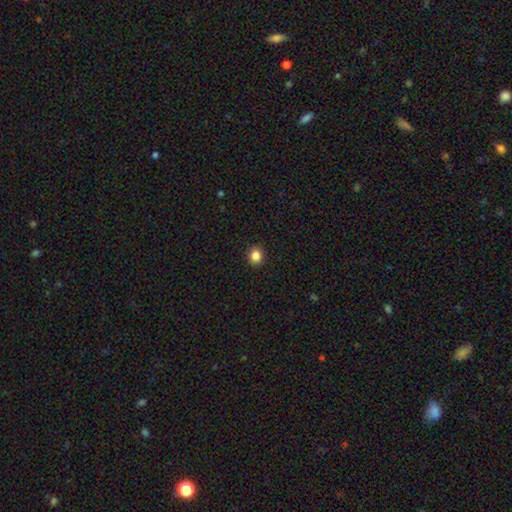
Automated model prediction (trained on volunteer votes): The model was most divided on "how rounded": round: 79%, in between: 20%, cigar-shaped: 1%. More confident: merging — none (92%); smooth or featured — smooth (85%).